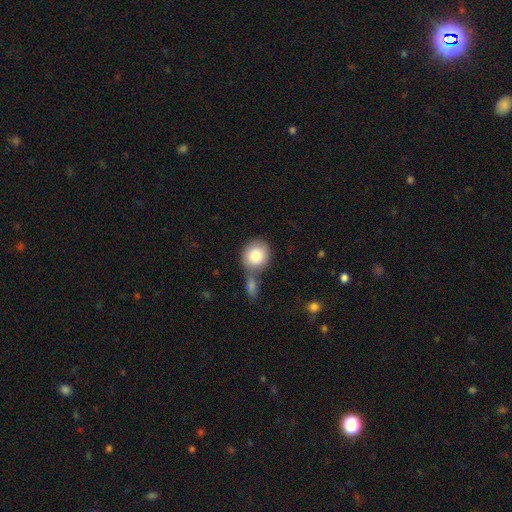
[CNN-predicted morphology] smooth 83%, featured or disk 10%, star or artifact 7%. Down the decision tree: how rounded — round (85%); merging — none (49%).